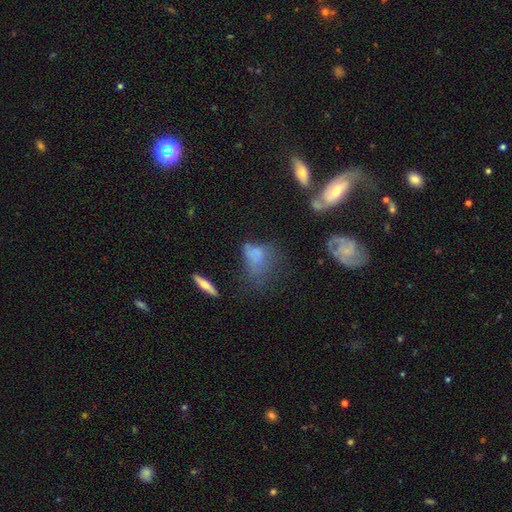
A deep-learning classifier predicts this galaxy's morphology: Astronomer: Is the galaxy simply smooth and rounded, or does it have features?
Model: smooth — 57%.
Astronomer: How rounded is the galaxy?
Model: in between — 73%.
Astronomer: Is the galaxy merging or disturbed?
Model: major disturbance — 37% (runner-up: none, 29%).